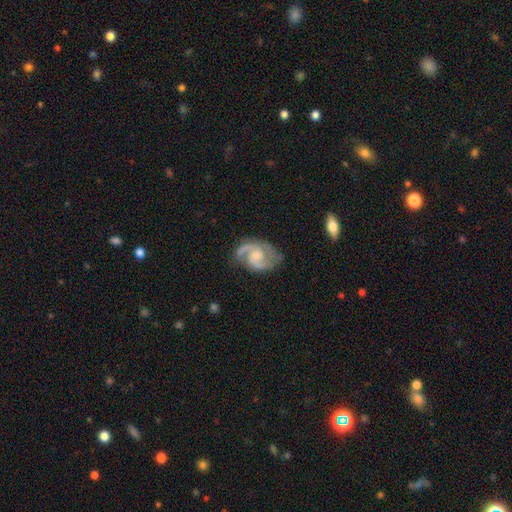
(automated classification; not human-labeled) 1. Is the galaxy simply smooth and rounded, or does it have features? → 89% featured or disk, 6% smooth, 4% star or artifact.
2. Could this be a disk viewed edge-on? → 98% no, 2% yes.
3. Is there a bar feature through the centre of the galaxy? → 60% no, 35% weak, 5% strong.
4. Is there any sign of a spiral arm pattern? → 98% yes, 2% no.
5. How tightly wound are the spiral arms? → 58% medium, 26% tight, 16% loose.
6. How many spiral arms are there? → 89% 2, 3% 3, 3% can't tell, 2% 1, 1% 4, 1% more than 4.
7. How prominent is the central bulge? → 47% small, 39% moderate, 10% none, 3% large, 1% dominant.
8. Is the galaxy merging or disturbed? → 70% none, 20% minor disturbance, 8% major disturbance, 2% merger.